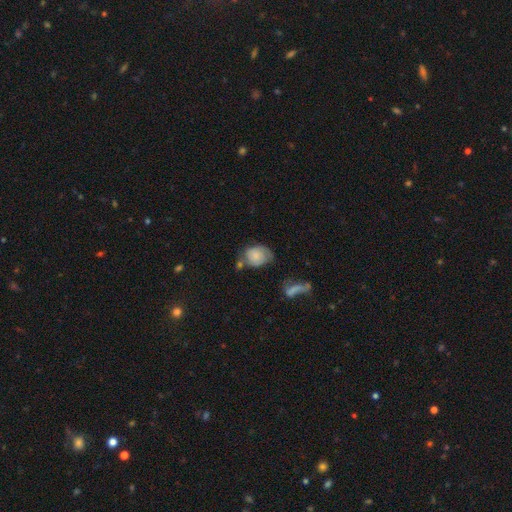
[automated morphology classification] Smooth or featured?
  - smooth: 71% *
  - featured or disk: 21%
  - star or artifact: 8%
How rounded?
  - in between: 59% *
  - round: 40%
  - cigar-shaped: 1%
Merging?
  - none: 38% *
  - minor disturbance: 30%
  - merger: 18%
  - major disturbance: 15%